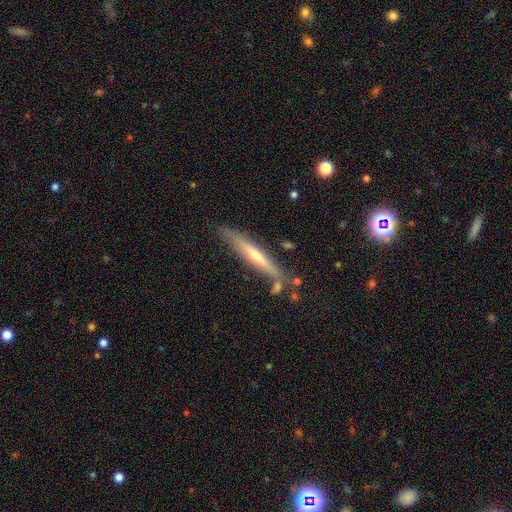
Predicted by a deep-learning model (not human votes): featured or disk 65%, smooth 27%, star or artifact 8%. Down the decision tree: edge-on disk — yes (93%); edge-on bulge — rounded (70%); merging — none (76%).